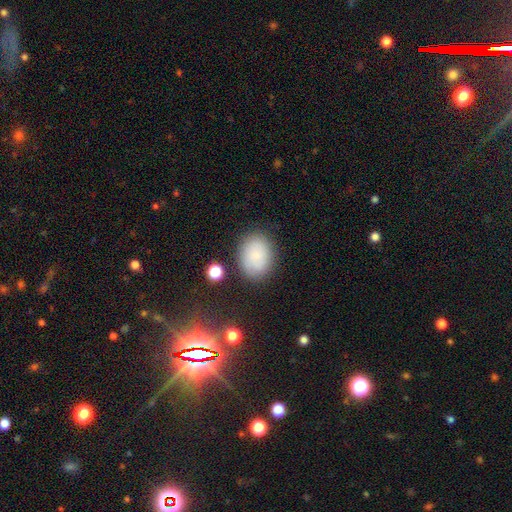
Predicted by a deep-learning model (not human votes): A smooth galaxy with no disk features (80%) that is in between round and cigar-shaped (65%).

Vote fractions:
- Smooth or featured? smooth: 80% / featured or disk: 11% / star or artifact: 9%
- How rounded? in between: 65% / round: 34% / cigar-shaped: 1%
- Merging? none: 81% / minor disturbance: 13% / major disturbance: 4% / merger: 3%